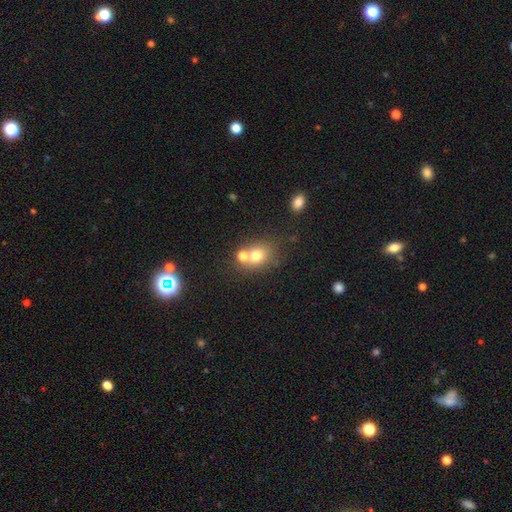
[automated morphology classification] type=smooth (72%); roundness=round (59%); merging=none (46%).